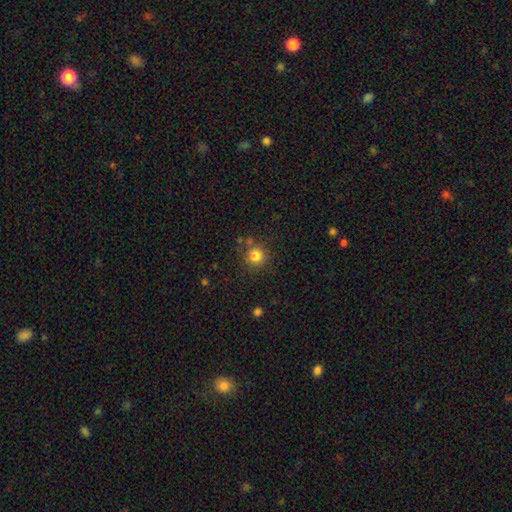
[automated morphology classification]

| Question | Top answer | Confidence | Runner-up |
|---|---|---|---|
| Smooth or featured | smooth | 81% | star or artifact (13%) |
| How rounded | round | 93% | in between (6%) |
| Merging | none | 78% | minor disturbance (11%) |